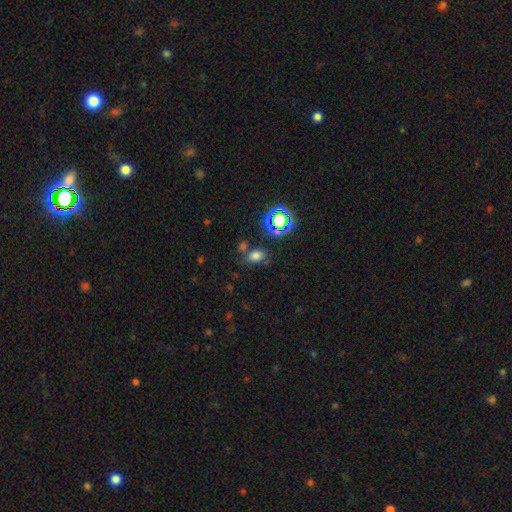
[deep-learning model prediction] smooth 68%, star or artifact 24%, featured or disk 8%. Down the decision tree: how rounded — in between (72%); merging — none (67%).